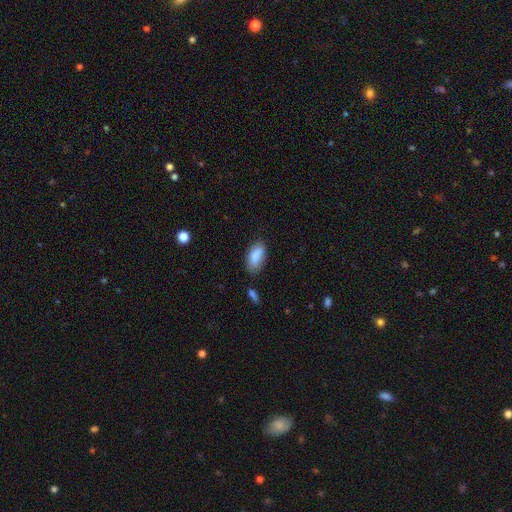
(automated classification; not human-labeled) smooth_or_featured: smooth (p=0.86) [alt: star or artifact p=0.07]
how_rounded: in between (p=0.90) [alt: cigar-shaped p=0.08]
merging: none (p=0.70) [alt: minor disturbance p=0.21]